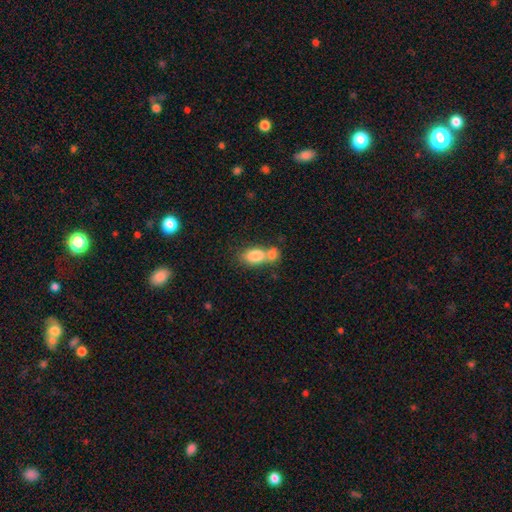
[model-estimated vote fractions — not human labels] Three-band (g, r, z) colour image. It shows a smooth galaxy with no disk features (82%) that is in between round and cigar-shaped (82%). Merging: merger (58%).